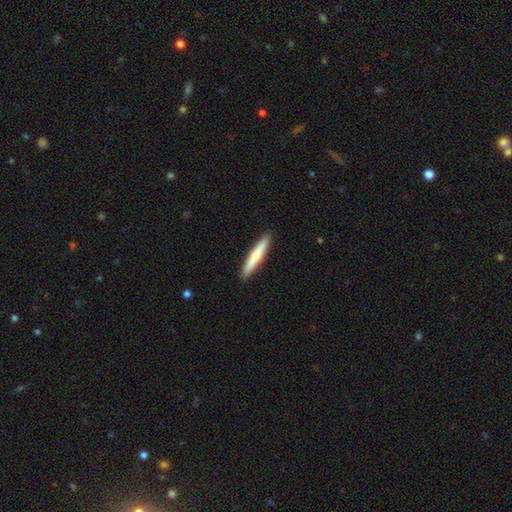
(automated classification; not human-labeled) The model was most divided on "smooth or featured": smooth: 67%, featured or disk: 28%, star or artifact: 5%. More confident: how rounded — cigar-shaped (94%); merging — none (92%).